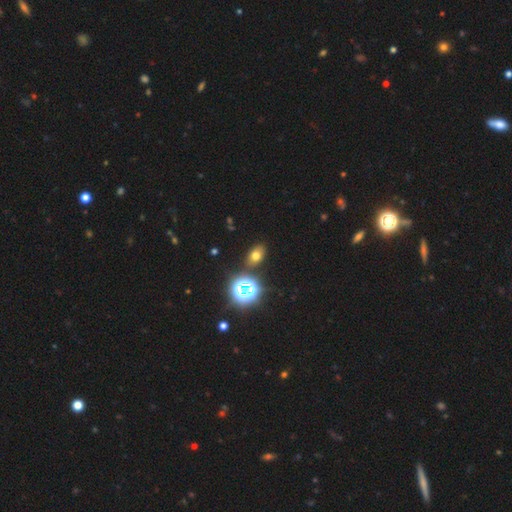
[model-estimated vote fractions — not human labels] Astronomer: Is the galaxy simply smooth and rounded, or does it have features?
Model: smooth — 64%.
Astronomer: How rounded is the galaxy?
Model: in between — 75%.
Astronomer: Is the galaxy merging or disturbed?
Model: none — 84%.